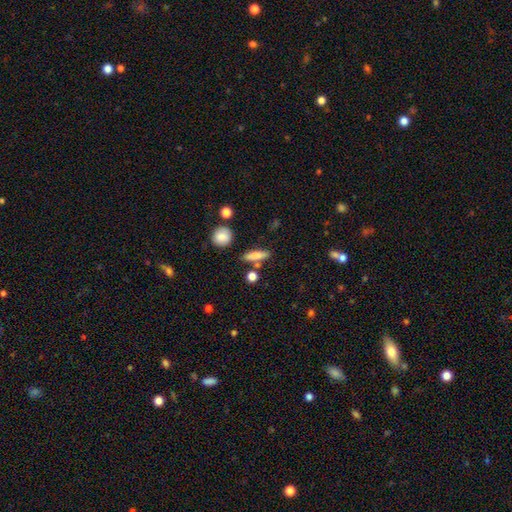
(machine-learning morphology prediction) Smooth or featured: smooth — 75% (featured or disk — 16%)
How rounded: cigar-shaped — 63% (in between — 30%)
Merging: none — 79% (minor disturbance — 11%)